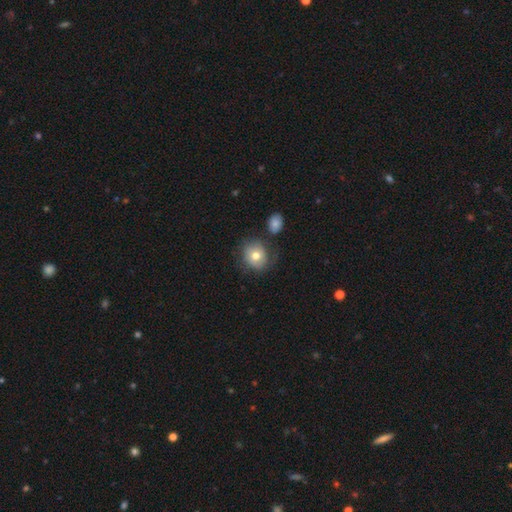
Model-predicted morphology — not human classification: Q: Smooth or featured?
A: smooth (71%); runner-up: featured or disk (20%)
Q: How rounded?
A: round (72%); runner-up: in between (27%)
Q: Merging?
A: none (63%); runner-up: minor disturbance (21%)